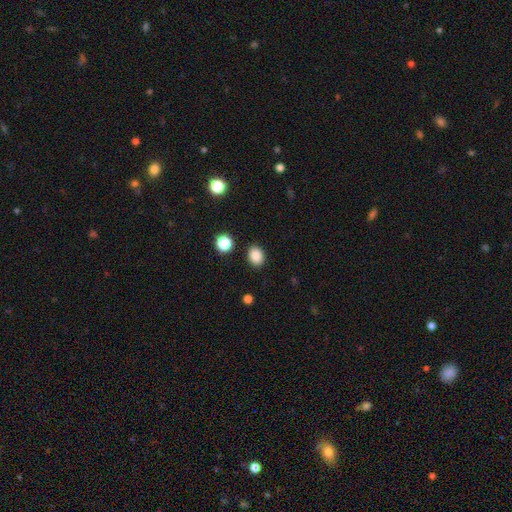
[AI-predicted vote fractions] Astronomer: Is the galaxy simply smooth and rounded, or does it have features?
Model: smooth — 86%.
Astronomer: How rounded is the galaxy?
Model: in between — 57% (runner-up: round, 42%).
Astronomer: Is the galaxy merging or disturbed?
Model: none — 88%.